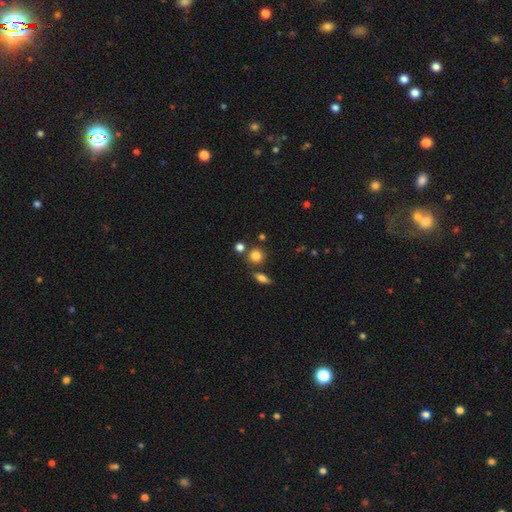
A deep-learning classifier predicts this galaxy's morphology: This appears to be a smooth galaxy with no disk features (80%) that is round (86%). Merging: none (73%).